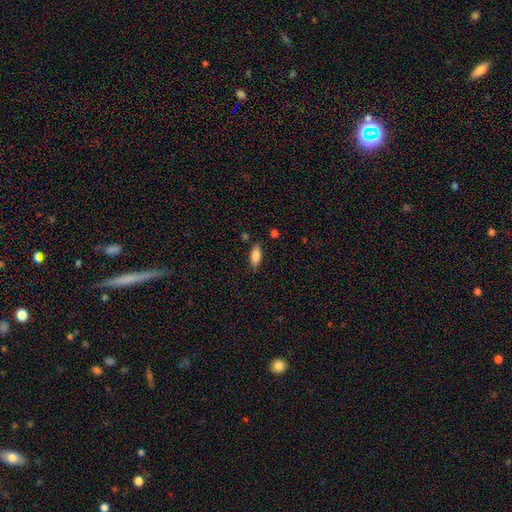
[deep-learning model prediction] A smooth galaxy with no disk features (85%) that is in between round and cigar-shaped (80%).

Vote fractions:
- Smooth or featured? smooth: 85% / featured or disk: 8% / star or artifact: 7%
- How rounded? in between: 80% / cigar-shaped: 18% / round: 2%
- Merging? none: 84% / minor disturbance: 12% / major disturbance: 3% / merger: 2%